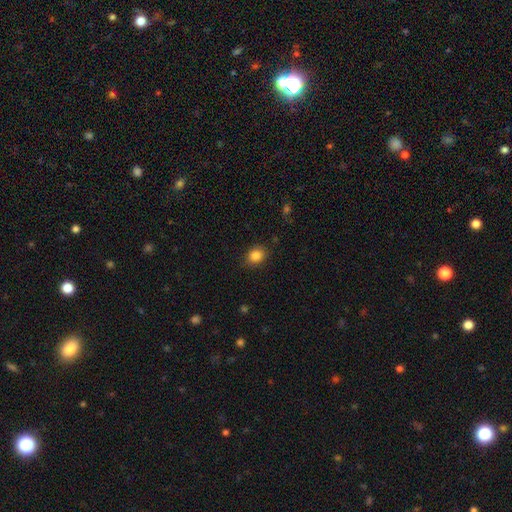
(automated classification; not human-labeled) smooth-or-featured: smooth: 85% | star or artifact: 10% | featured or disk: 5%
  how-rounded: round: 58% | in between: 41% | cigar-shaped: 1%
  merging: none: 86% | minor disturbance: 10% | major disturbance: 3% | merger: 1%